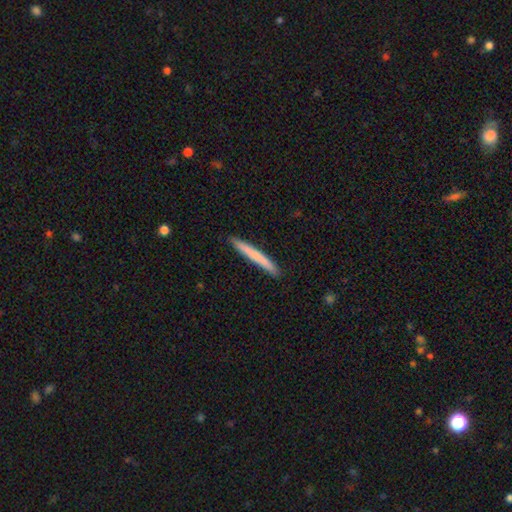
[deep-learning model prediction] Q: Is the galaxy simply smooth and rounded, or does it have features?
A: smooth — 71%.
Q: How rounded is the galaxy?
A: cigar-shaped — 97%.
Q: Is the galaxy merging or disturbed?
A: none — 92%.